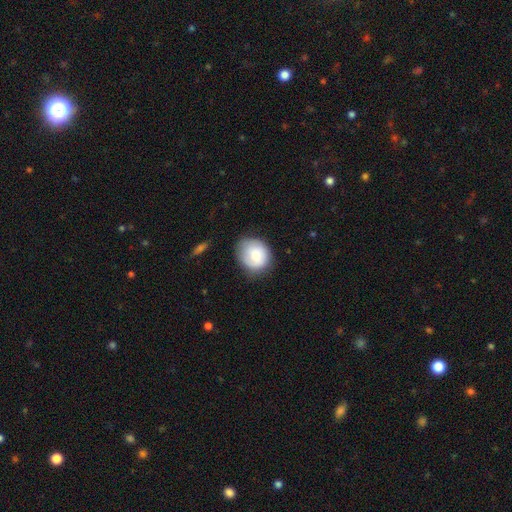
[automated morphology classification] Overall: smooth (72%). How rounded: round (68%; in between 31%). Merging: none (70%).